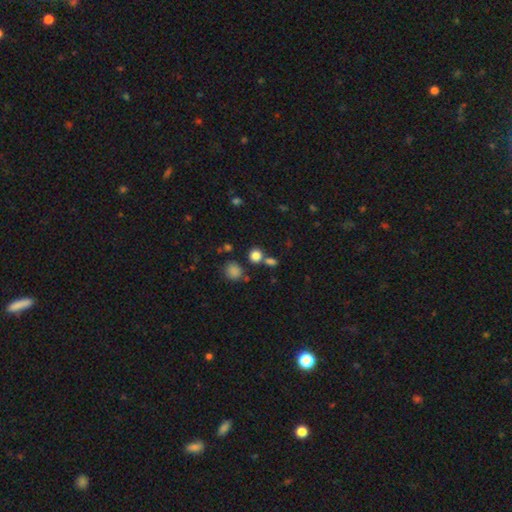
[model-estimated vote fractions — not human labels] smooth_or_featured: smooth (p=0.80) [alt: star or artifact p=0.14]
how_rounded: round (p=0.80) [alt: in between p=0.18]
merging: none (p=0.66) [alt: merger p=0.22]